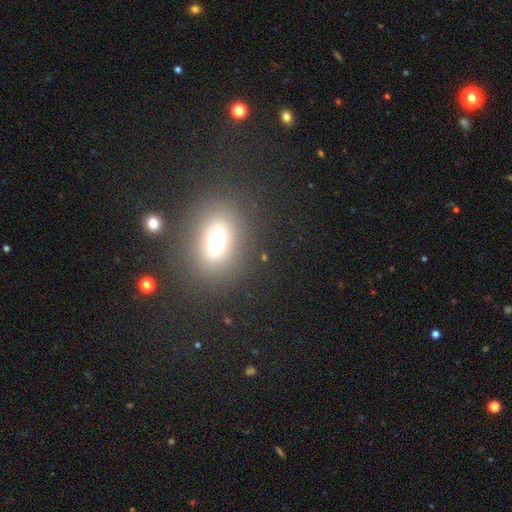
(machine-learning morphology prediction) This is likely a smooth galaxy (65%). How rounded: likely in between (75%). Merging: clearly none (86%).